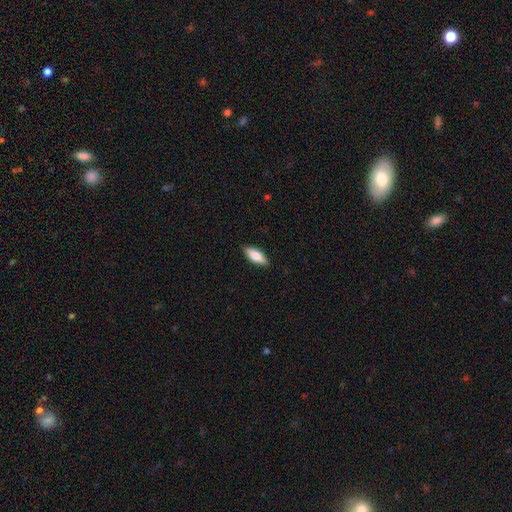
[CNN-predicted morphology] The model was most divided on "how rounded": in between: 71%, cigar-shaped: 27%, round: 2%. More confident: merging — none (88%); smooth or featured — smooth (77%).